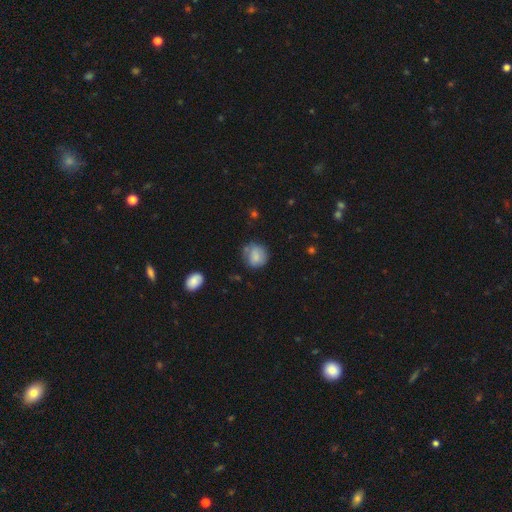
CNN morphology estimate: A smooth galaxy with no disk features (79%) that is round (79%).

Vote fractions:
- Smooth or featured? smooth: 79% / featured or disk: 12% / star or artifact: 8%
- How rounded? round: 79% / in between: 20% / cigar-shaped: 1%
- Merging? none: 61% / minor disturbance: 26% / major disturbance: 8% / merger: 4%